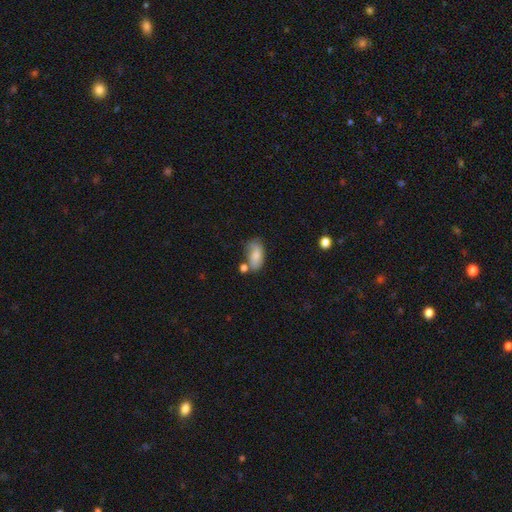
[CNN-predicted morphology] A smooth galaxy with no disk features (66%) that is in between round and cigar-shaped (91%). Merging: none (43%).